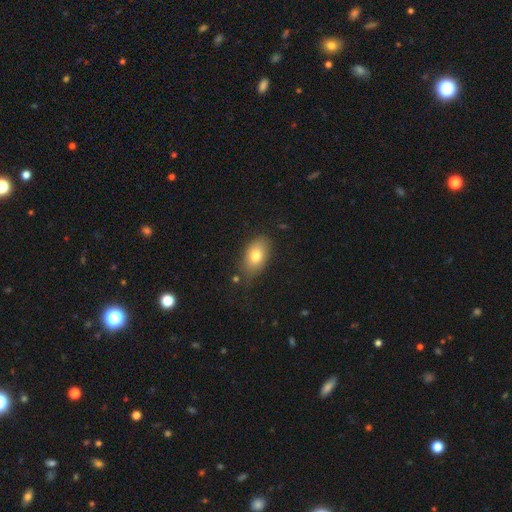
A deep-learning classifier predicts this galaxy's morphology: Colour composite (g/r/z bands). It shows a smooth galaxy with no disk features (78%) that is in between round and cigar-shaped (89%). Merging: none (73%).